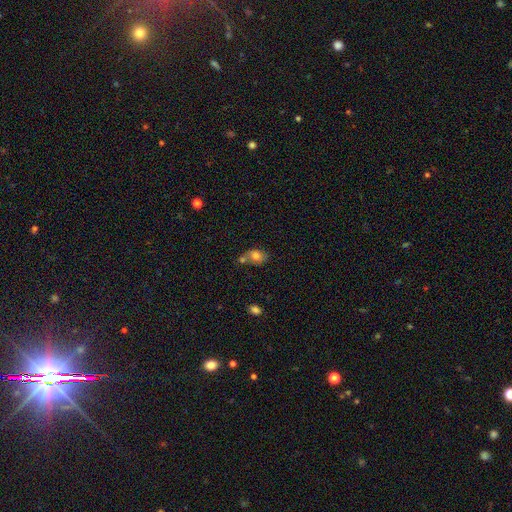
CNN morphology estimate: The model was most divided on "merging": none: 40%, merger: 37%, minor disturbance: 17%, major disturbance: 6%. More confident: smooth or featured — smooth (77%); how rounded — in between (70%).